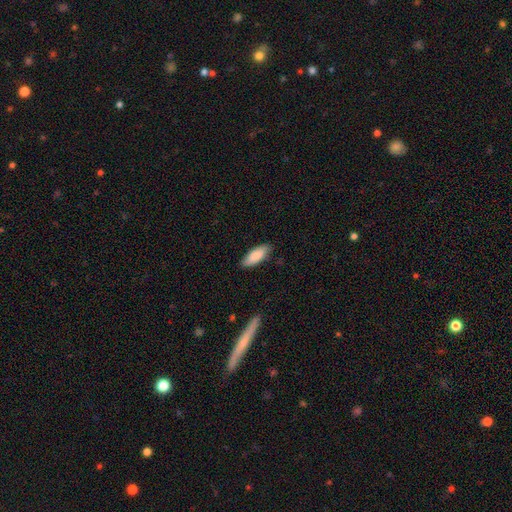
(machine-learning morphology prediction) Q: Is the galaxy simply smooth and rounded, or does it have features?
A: smooth — 83%.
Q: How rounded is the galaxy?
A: in between — 76%.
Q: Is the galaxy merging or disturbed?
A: none — 82%.